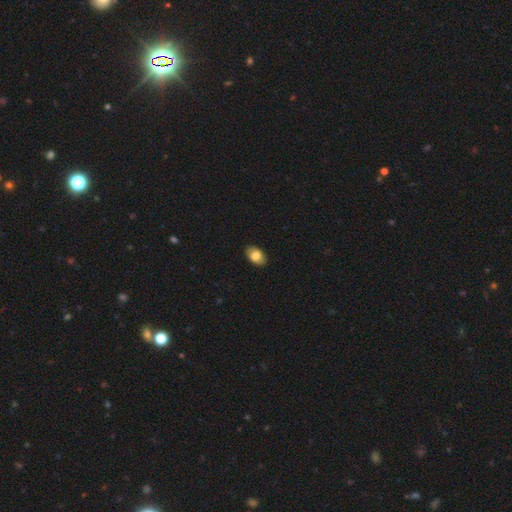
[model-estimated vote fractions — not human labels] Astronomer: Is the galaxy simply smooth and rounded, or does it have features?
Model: smooth — 80%.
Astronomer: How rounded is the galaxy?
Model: in between — 90%.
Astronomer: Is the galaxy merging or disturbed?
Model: none — 89%.